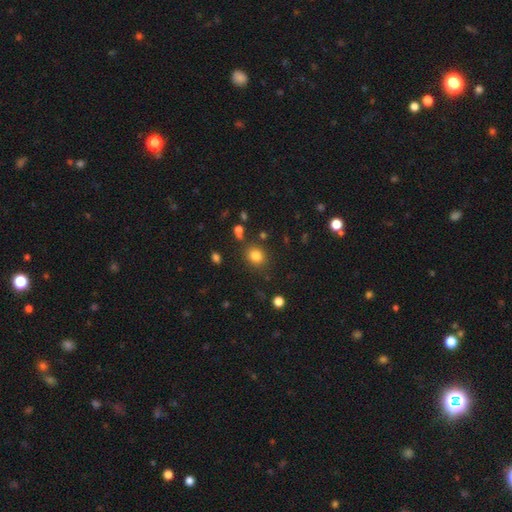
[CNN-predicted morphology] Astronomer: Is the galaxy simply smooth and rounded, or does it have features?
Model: smooth — 81%.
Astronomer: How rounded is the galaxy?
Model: round — 71%.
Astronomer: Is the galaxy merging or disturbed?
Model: none — 81%.